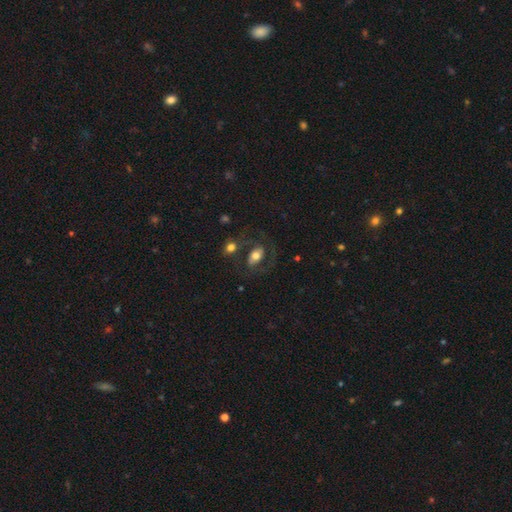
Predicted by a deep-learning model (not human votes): smooth_or_featured: smooth (p=0.51) [alt: featured or disk p=0.40]
how_rounded: in between (p=0.84) [alt: round p=0.14]
merging: none (p=0.55) [alt: major disturbance p=0.17]